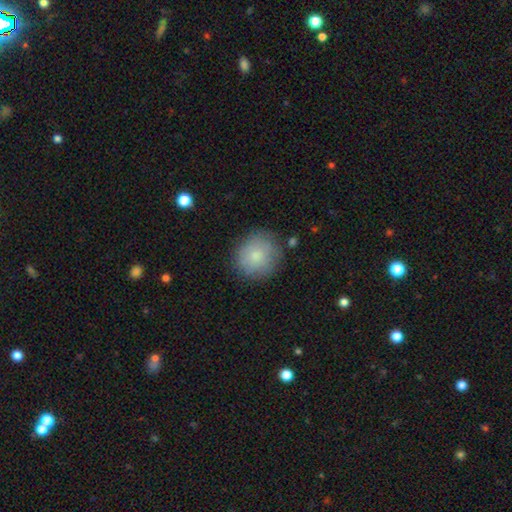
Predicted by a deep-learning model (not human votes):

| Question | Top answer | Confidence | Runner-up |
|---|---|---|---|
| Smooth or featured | smooth | 80% | featured or disk (12%) |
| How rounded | round | 88% | in between (11%) |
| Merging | none | 78% | minor disturbance (15%) |